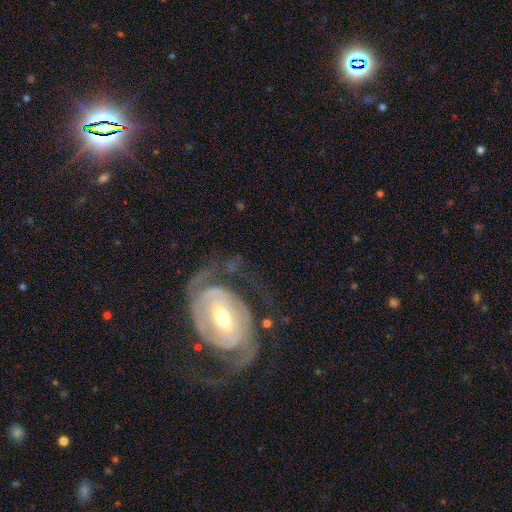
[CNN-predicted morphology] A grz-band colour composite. It shows a featured or disk galaxy (88%) with a weak bar (39%), 2 (82%) tight (46%) spiral arms (96%) and a moderate central bulge (57%). Merging: none (71%).